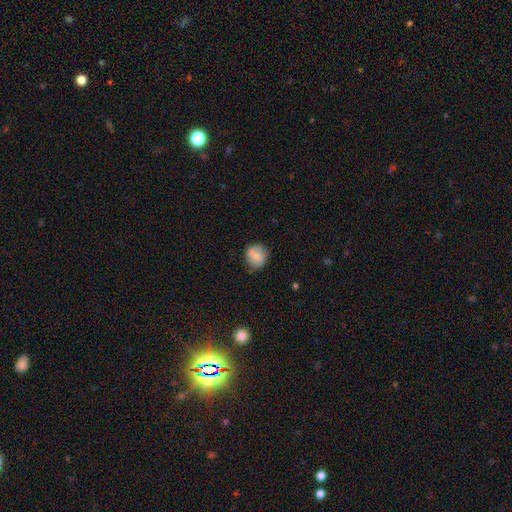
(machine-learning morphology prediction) The model was most divided on "merging": none: 64%, minor disturbance: 21%, merger: 10%, major disturbance: 5%. More confident: how rounded — round (82%); smooth or featured — smooth (72%).